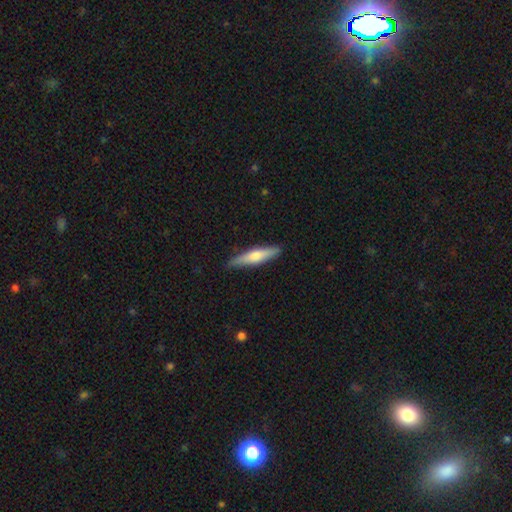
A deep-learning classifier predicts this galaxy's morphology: This is possibly a smooth galaxy (52%). How rounded: clearly cigar-shaped (86%). Merging: clearly none (89%).